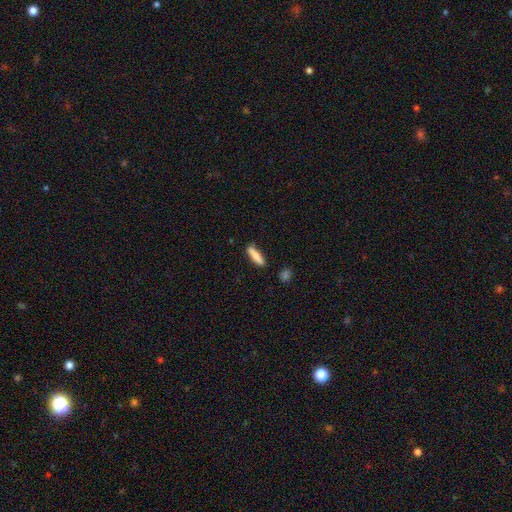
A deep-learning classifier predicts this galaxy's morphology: Smooth or featured?
  - smooth: 78% *
  - featured or disk: 16%
  - star or artifact: 6%
How rounded?
  - cigar-shaped: 75% *
  - in between: 23%
  - round: 2%
Merging?
  - none: 79% *
  - minor disturbance: 14%
  - merger: 4%
  - major disturbance: 3%